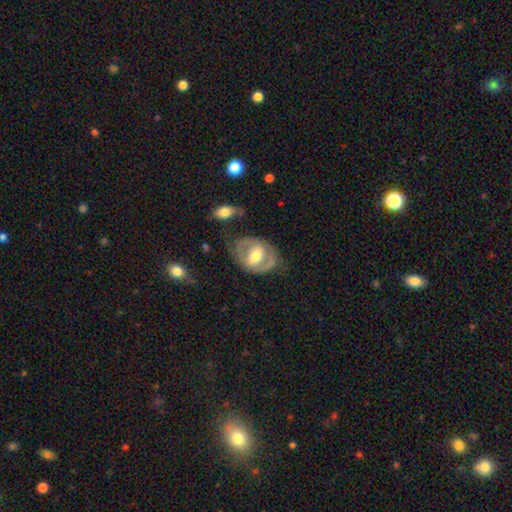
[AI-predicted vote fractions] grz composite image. It shows a featured or disk galaxy (65%) with a weak bar (40%), spiral arms (54%) and a moderate central bulge (67%). Merging: none (58%).